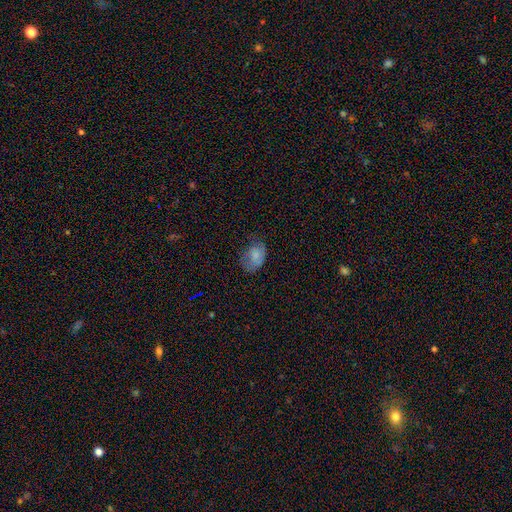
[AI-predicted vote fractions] Smooth or featured? smooth (72%)
How rounded? in between (76%)
Merging? none (45%)